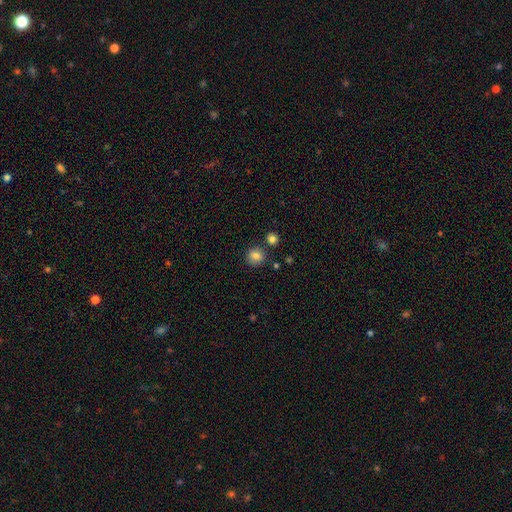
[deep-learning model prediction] This is clearly a smooth galaxy (83%). How rounded: clearly round (85%). Merging: clearly none (81%).